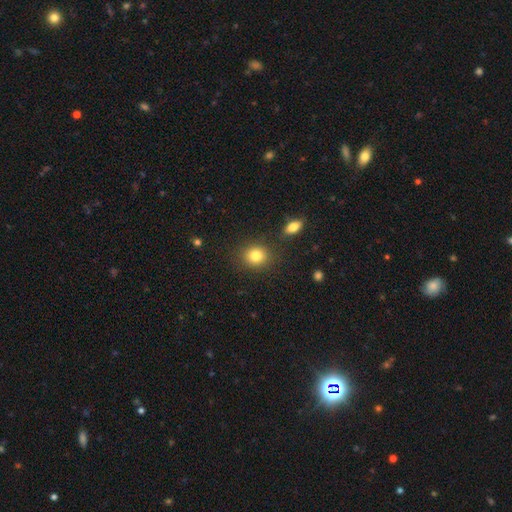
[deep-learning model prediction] A smooth galaxy with no disk features (82%) that is round (75%).

Vote fractions:
- Smooth or featured? smooth: 82% / star or artifact: 11% / featured or disk: 7%
- How rounded? round: 75% / in between: 24% / cigar-shaped: 1%
- Merging? none: 84% / minor disturbance: 8% / merger: 4% / major disturbance: 3%